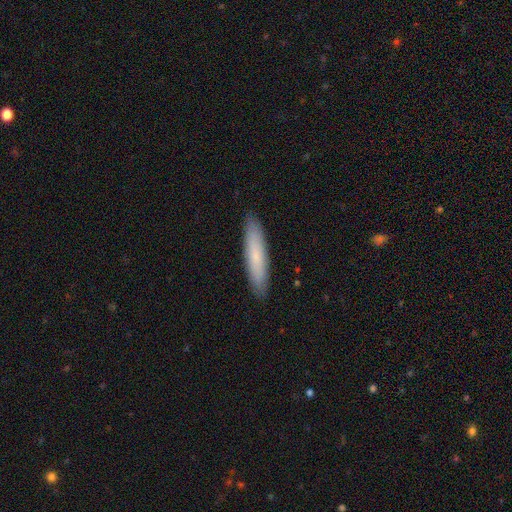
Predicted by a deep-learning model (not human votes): A smooth galaxy with no disk features (73%) that is cigar-shaped (86%). Merging: none (91%).